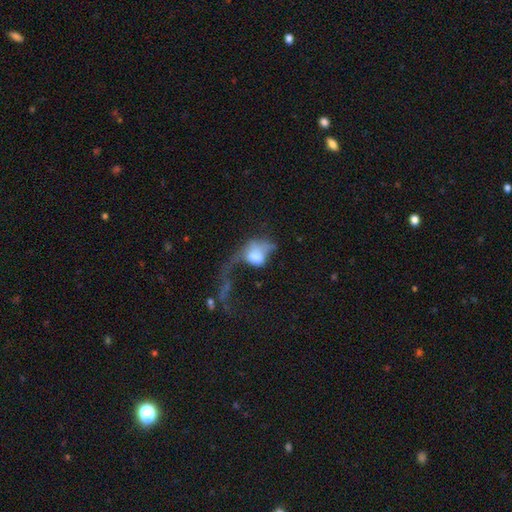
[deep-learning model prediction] This appears to be a smooth galaxy with no disk features (59%) that is in between round and cigar-shaped (63%). Merging: major disturbance (65%).